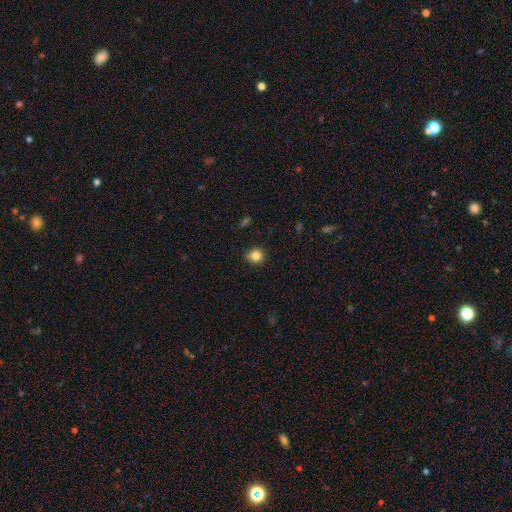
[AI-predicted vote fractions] This is clearly a smooth galaxy (84%). How rounded: clearly round (85%). Merging: clearly none (80%).